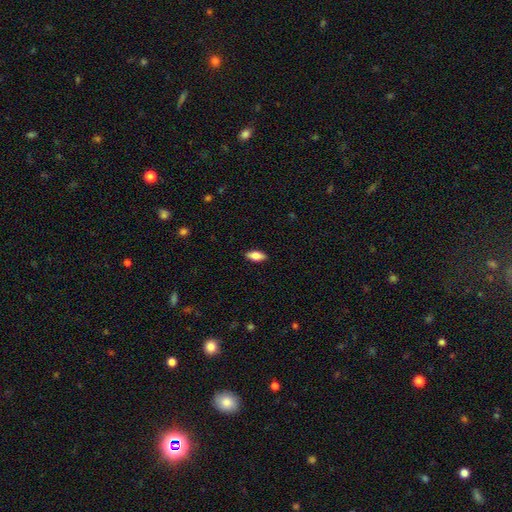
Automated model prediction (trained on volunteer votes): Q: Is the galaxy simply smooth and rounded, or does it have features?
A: smooth — 79%.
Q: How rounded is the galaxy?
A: in between — 81%.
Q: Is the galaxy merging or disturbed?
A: none — 89%.